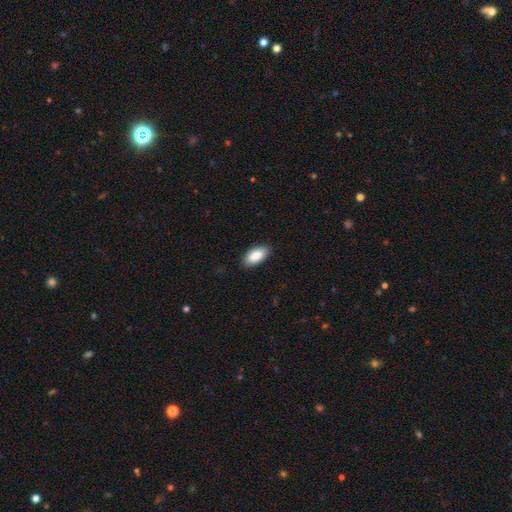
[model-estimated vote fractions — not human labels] This is clearly a smooth galaxy (88%). How rounded: clearly in between (93%). Merging: clearly none (87%).